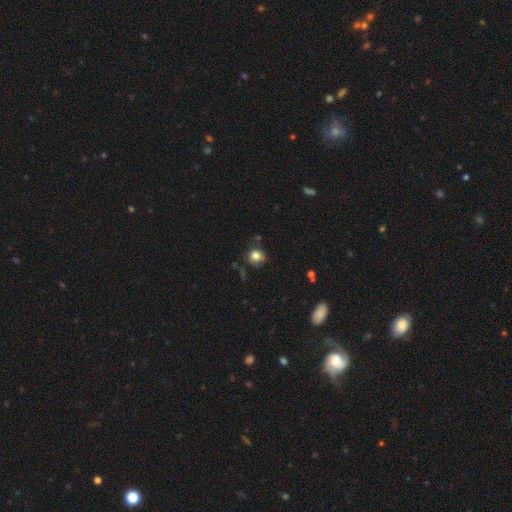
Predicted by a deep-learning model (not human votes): smooth_or_featured: smooth (p=0.81) [alt: star or artifact p=0.11]
how_rounded: round (p=0.76) [alt: in between p=0.23]
merging: none (p=0.69) [alt: minor disturbance p=0.21]